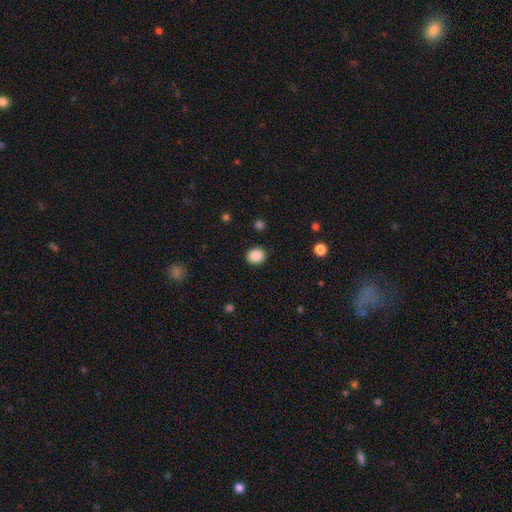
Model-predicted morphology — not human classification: Smooth or featured: smooth — 88% (star or artifact — 9%)
How rounded: round — 72% (in between — 27%)
Merging: none — 90% (minor disturbance — 7%)